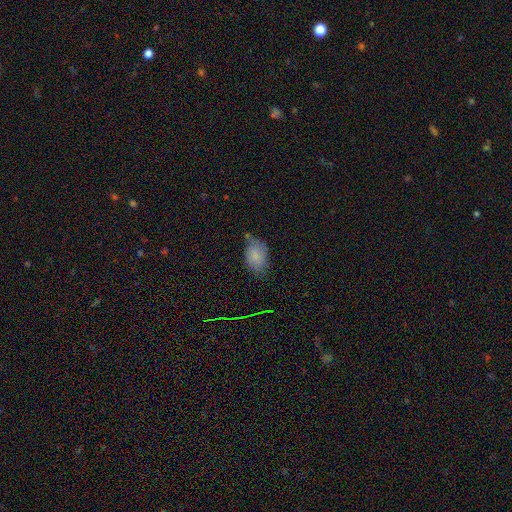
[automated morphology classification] Smooth or featured?
  - smooth: 81% *
  - star or artifact: 9%
  - featured or disk: 9%
How rounded?
  - in between: 91% *
  - round: 8%
  - cigar-shaped: 2%
Merging?
  - none: 56% *
  - minor disturbance: 31%
  - major disturbance: 7%
  - merger: 6%